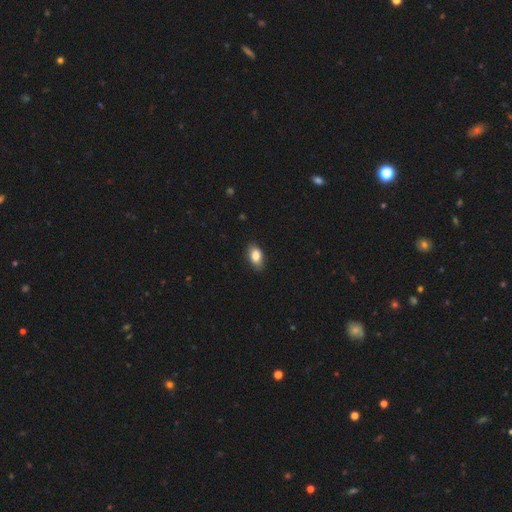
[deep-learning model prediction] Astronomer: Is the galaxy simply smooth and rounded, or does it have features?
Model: smooth — 83%.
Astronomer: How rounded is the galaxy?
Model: in between — 90%.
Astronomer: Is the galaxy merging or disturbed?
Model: none — 86%.